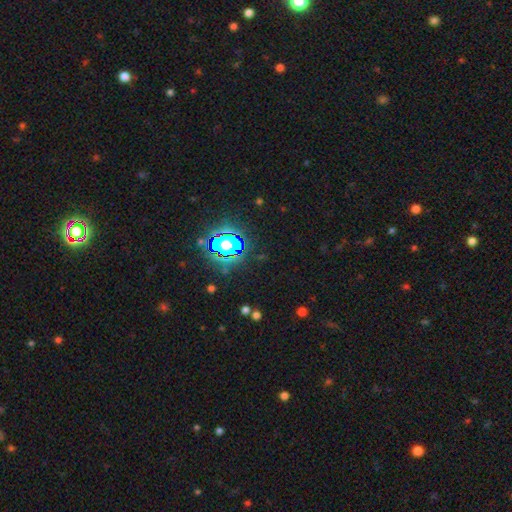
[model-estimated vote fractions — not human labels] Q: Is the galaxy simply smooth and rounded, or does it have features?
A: star or artifact — 78%.